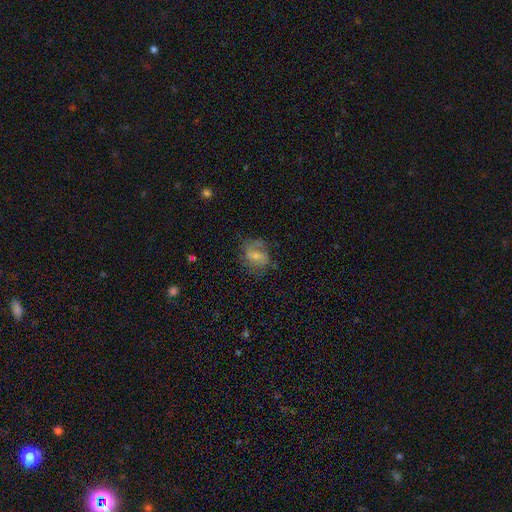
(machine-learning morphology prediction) type=featured or disk (53%); edge-on=no (97%); bar=weak (47%); spiral arms=yes (77%); bulge=small (47%); merging=none (55%).